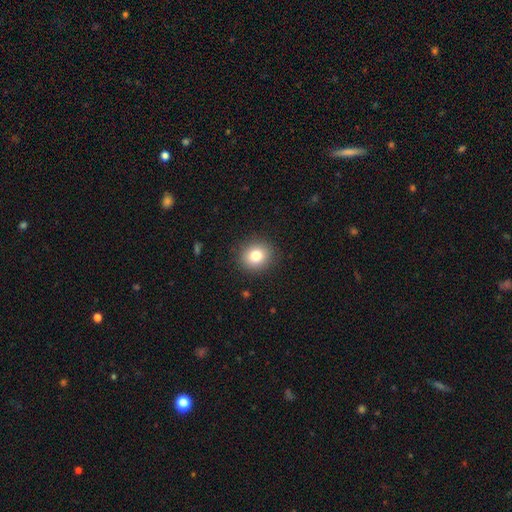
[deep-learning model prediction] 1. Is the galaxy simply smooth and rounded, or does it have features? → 81% smooth, 11% star or artifact, 8% featured or disk.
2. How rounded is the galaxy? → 82% round, 18% in between, 1% cigar-shaped.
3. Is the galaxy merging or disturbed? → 90% none, 7% minor disturbance, 2% major disturbance, 1% merger.